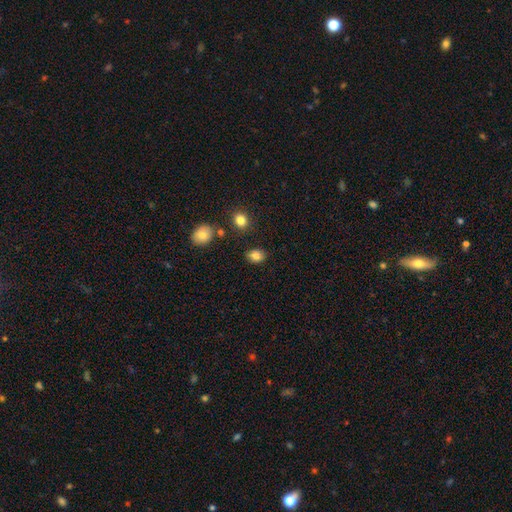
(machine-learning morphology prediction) Smooth or featured? Predicted: smooth (p=0.83). How rounded? Predicted: in between (p=0.57). Merging? Predicted: none (p=0.84).